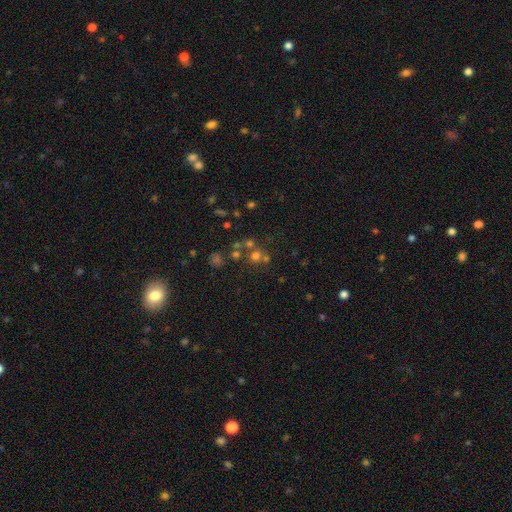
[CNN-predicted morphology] The model was most divided on "smooth or featured": smooth: 48%, star or artifact: 36%, featured or disk: 16%. More confident: merging — none (57%).